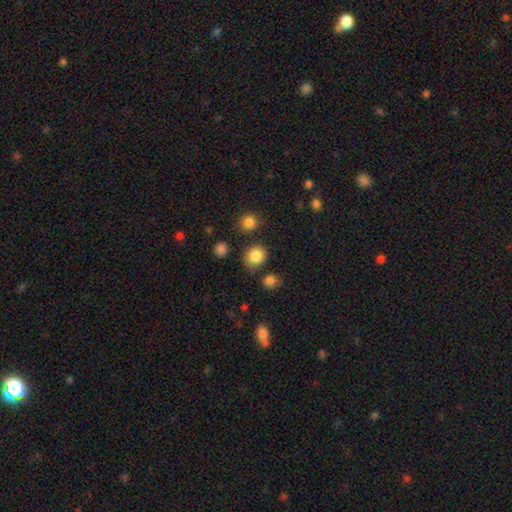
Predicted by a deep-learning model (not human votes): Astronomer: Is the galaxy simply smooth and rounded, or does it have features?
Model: smooth — 84%.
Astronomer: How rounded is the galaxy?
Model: round — 81%.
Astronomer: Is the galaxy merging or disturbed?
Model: none — 77%.